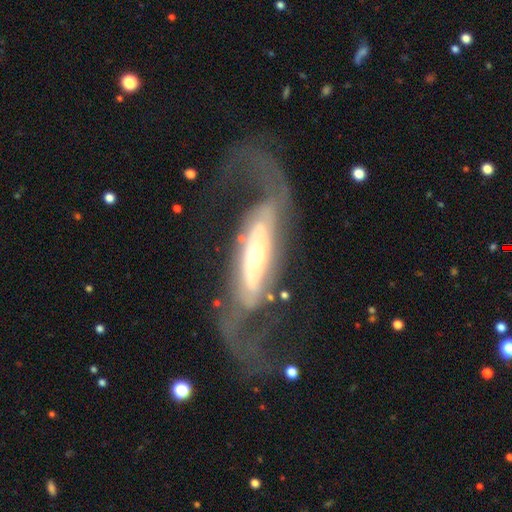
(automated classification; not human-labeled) smooth_or_featured: featured or disk (p=0.81) [alt: smooth p=0.14]
disk_edge_on: no (p=0.83) [alt: yes p=0.17]
bar: no (p=0.55) [alt: strong p=0.23]
has_spiral_arms: yes (p=0.83) [alt: no p=0.17]
spiral_winding: loose (p=0.47) [alt: medium p=0.34]
spiral_arm_count: 2 (p=0.74) [alt: can't tell p=0.14]
bulge_size: small (p=0.57) [alt: moderate p=0.31]
merging: none (p=0.49) [alt: major disturbance p=0.33]